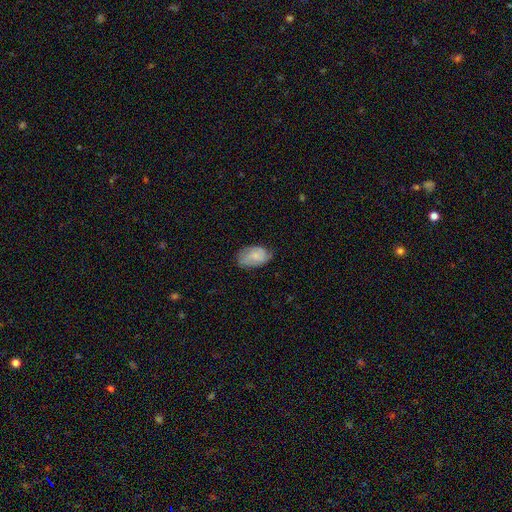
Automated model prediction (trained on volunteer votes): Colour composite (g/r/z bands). It shows a smooth galaxy with no disk features (64%) that is in between round and cigar-shaped (91%). Merging: none (65%).